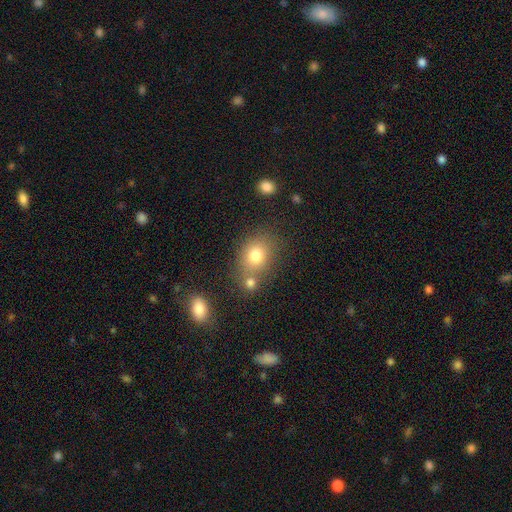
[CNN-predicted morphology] Smooth or featured: smooth — 78% (star or artifact — 12%)
How rounded: in between — 53% (round — 46%)
Merging: none — 57% (merger — 25%)